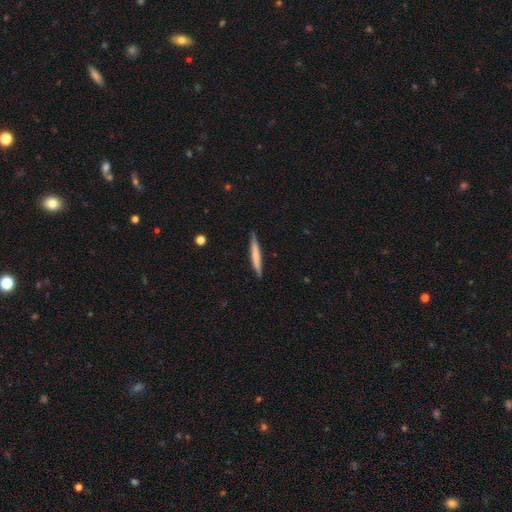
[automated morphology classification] A smooth galaxy with no disk features (62%) that is cigar-shaped (95%). Merging: none (87%).